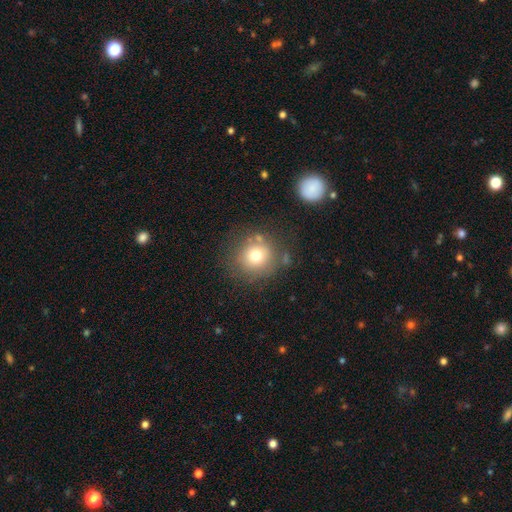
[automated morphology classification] This appears to be a smooth galaxy with no disk features (73%) that is round (89%). Merging: none (75%).